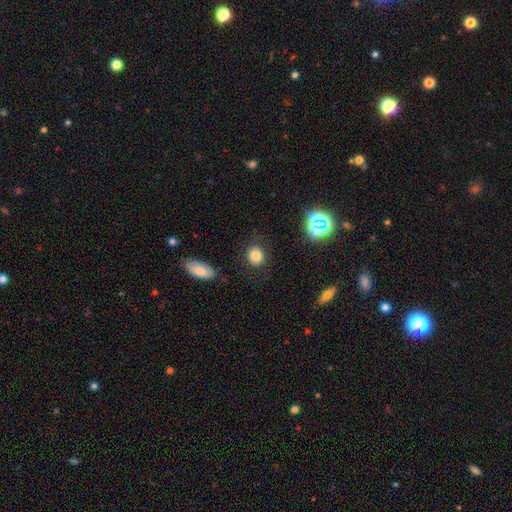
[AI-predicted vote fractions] smooth 79%, star or artifact 14%, featured or disk 8%. Down the decision tree: how rounded — round (72%); merging — none (84%).